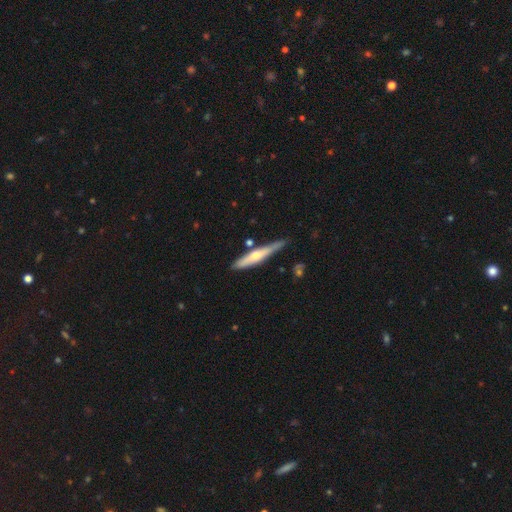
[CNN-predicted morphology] featured or disk 49%, smooth 46%, star or artifact 5%. Down the decision tree: merging — none (69%).